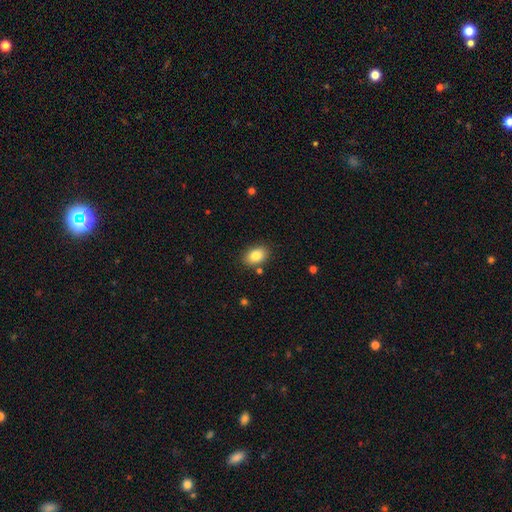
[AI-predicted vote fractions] A smooth galaxy with no disk features (84%) that is in between round and cigar-shaped (82%).

Vote fractions:
- Smooth or featured? smooth: 84% / star or artifact: 8% / featured or disk: 8%
- How rounded? in between: 82% / round: 17% / cigar-shaped: 1%
- Merging? none: 84% / minor disturbance: 10% / merger: 3% / major disturbance: 2%